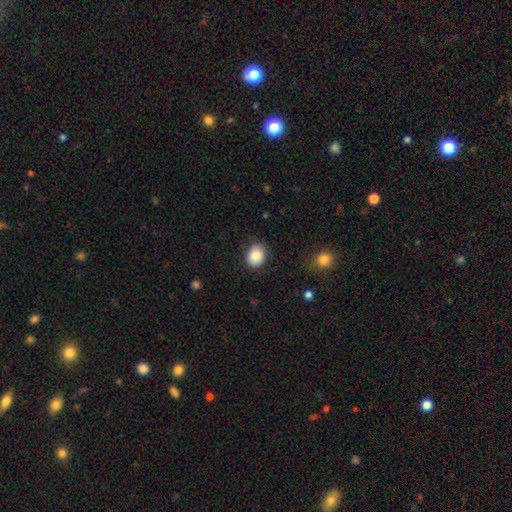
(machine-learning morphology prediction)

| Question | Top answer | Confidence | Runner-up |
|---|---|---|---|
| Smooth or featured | smooth | 86% | star or artifact (8%) |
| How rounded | round | 50% | in between (49%) |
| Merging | none | 78% | minor disturbance (17%) |